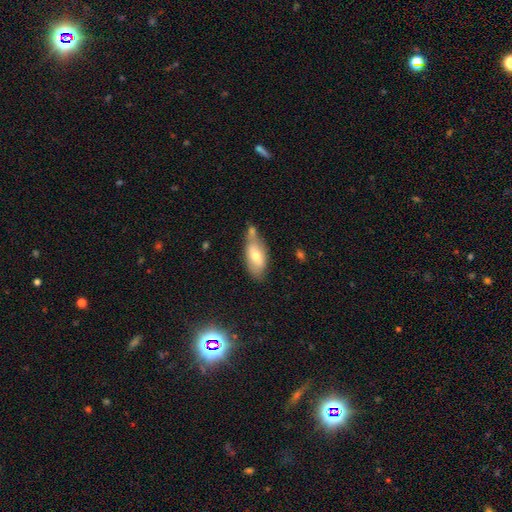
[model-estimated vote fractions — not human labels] Overall: smooth (64%; featured or disk 29%). How rounded: in between (85%). Merging: none (46%; merger 25%).